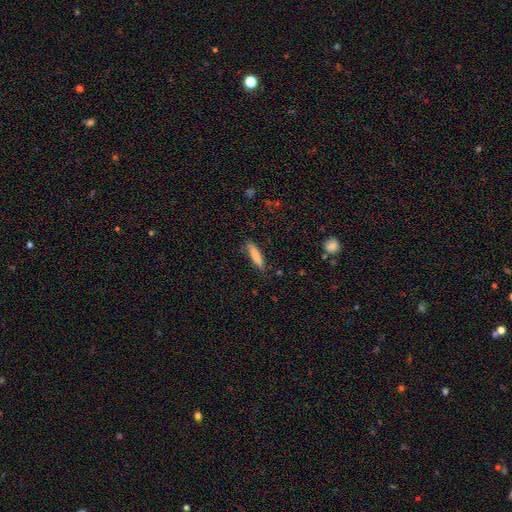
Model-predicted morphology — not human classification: This appears to be a smooth galaxy with no disk features (83%) that is cigar-shaped (82%). Merging: none (82%).